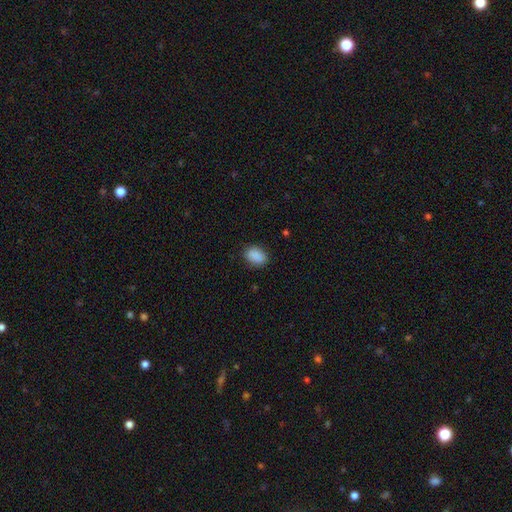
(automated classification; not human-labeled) Q: Smooth or featured?
A: smooth (89%); runner-up: star or artifact (8%)
Q: How rounded?
A: in between (82%); runner-up: round (17%)
Q: Merging?
A: none (85%); runner-up: minor disturbance (11%)